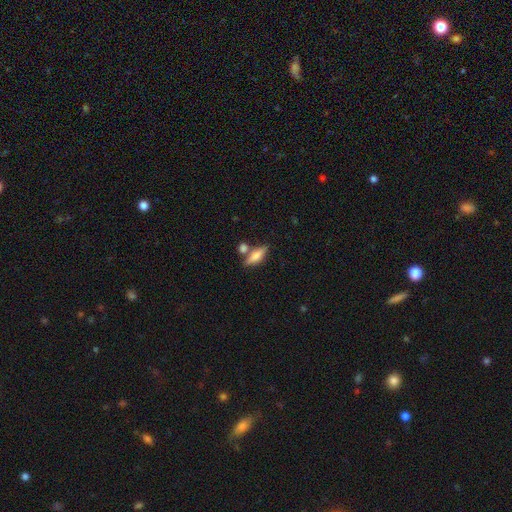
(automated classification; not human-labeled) smooth 58%, featured or disk 35%, star or artifact 8%. Down the decision tree: how rounded — in between (52%); merging — none (66%).